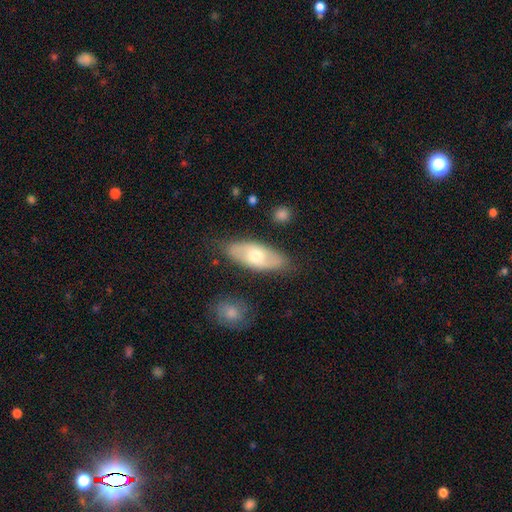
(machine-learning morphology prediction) The model was most divided on "smooth or featured": smooth: 57%, featured or disk: 38%, star or artifact: 5%. More confident: how rounded — in between (86%); merging — none (81%).